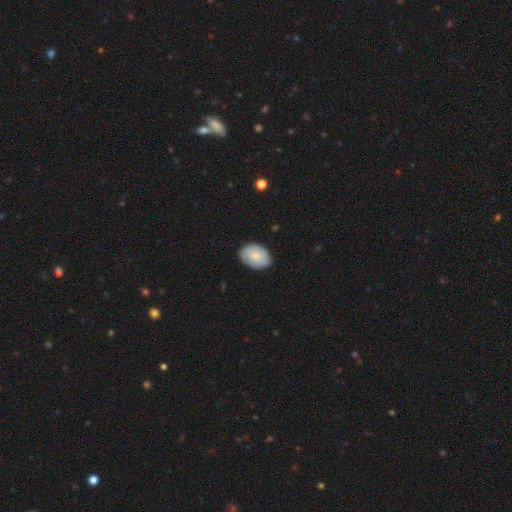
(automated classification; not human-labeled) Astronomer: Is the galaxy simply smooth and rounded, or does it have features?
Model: smooth — 69%.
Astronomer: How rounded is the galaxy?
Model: in between — 80%.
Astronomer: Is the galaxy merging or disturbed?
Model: none — 81%.